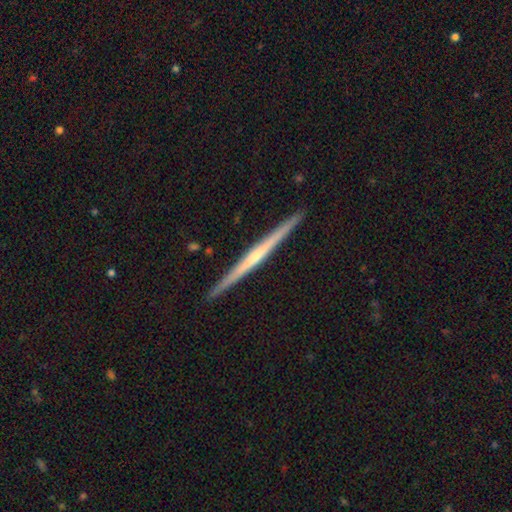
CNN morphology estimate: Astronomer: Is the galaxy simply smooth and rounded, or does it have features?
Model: featured or disk — 72%.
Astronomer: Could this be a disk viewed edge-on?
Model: yes — 98%.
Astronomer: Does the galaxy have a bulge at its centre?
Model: none — 59%.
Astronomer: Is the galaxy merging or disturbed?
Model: none — 92%.